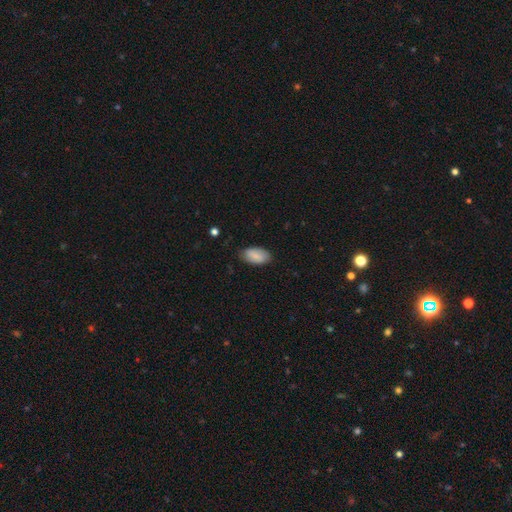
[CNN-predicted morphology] type=smooth (83%); roundness=in between (94%); merging=none (79%).